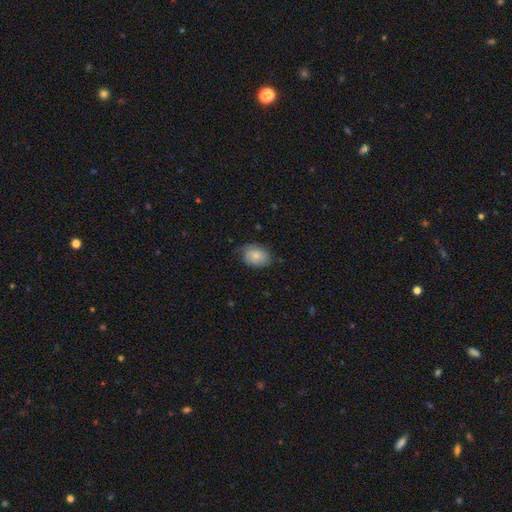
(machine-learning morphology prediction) This is likely a smooth galaxy (74%). How rounded: likely in between (68%). Merging: likely none (63%).